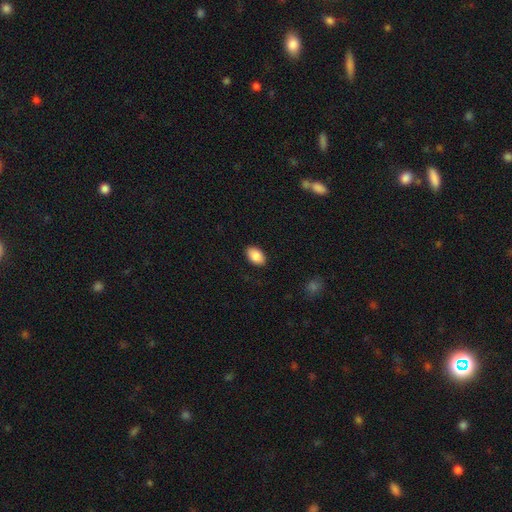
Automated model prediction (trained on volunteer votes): This is clearly a smooth galaxy (89%). How rounded: clearly in between (92%). Merging: clearly none (89%).